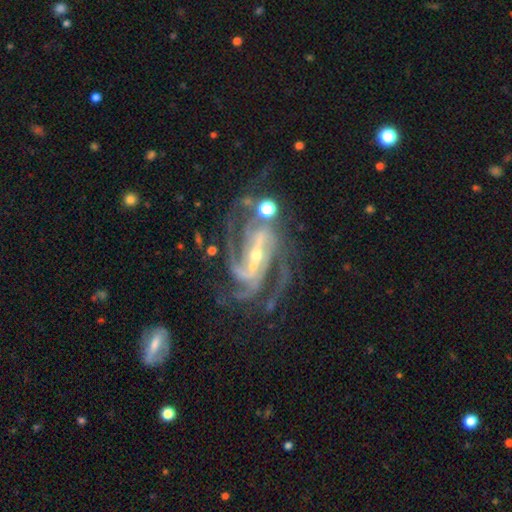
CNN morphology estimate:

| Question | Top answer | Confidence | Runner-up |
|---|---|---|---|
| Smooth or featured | featured or disk | 92% | star or artifact (6%) |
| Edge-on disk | no | 97% | yes (3%) |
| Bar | strong | 63% | weak (26%) |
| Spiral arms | yes | 98% | no (2%) |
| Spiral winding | medium | 48% | tight (41%) |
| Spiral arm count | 3 | 31% | 4 (25%) |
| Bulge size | small | 69% | moderate (27%) |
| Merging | none | 59% | minor disturbance (18%) |